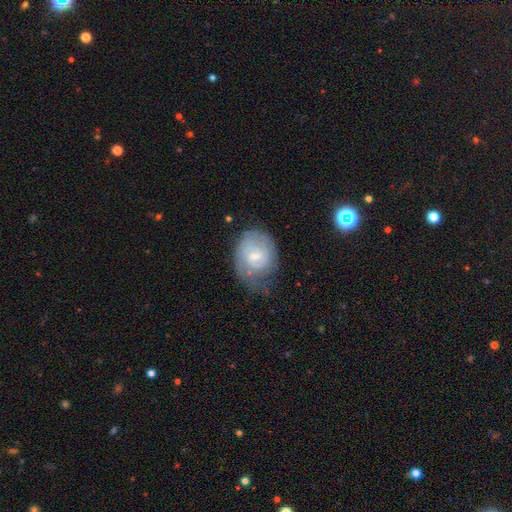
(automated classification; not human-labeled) Smooth or featured? Predicted: featured or disk (p=0.61). Edge-on disk? Predicted: no (p=0.97). Bar? Predicted: weak (p=0.56). Spiral arms? Predicted: yes (p=0.83). Bulge size? Predicted: small (p=0.53). Merging? Predicted: none (p=0.48).